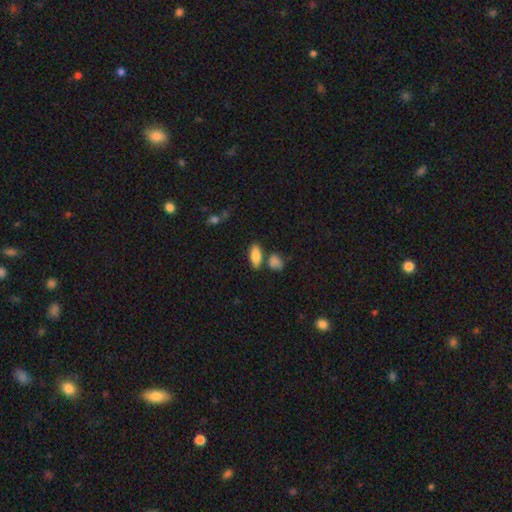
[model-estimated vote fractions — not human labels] This is clearly a smooth galaxy (81%). How rounded: clearly in between (82%). Merging: likely none (73%).